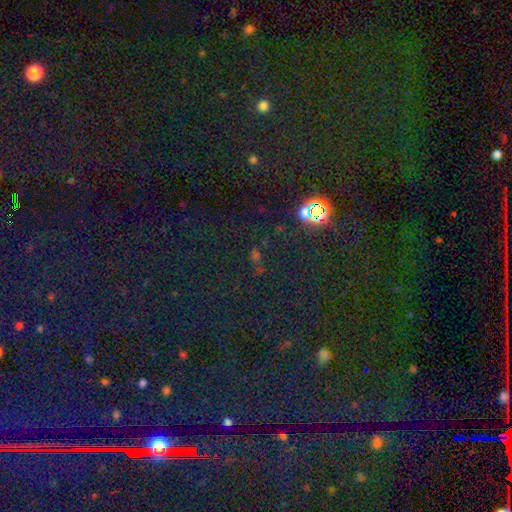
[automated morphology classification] This is likely a star or artifact rather than a galaxy (64%).